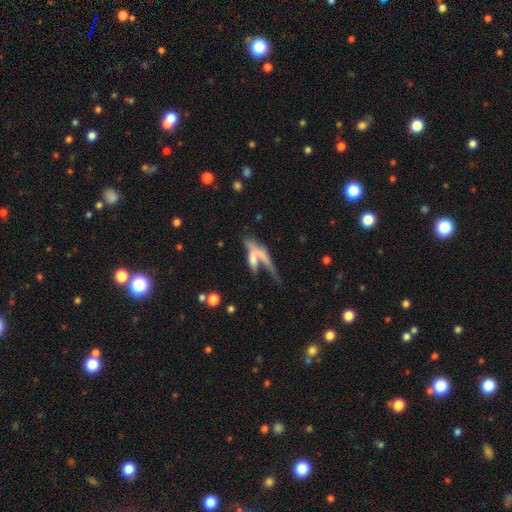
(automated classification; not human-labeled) Smooth or featured? smooth (51%)
How rounded? cigar-shaped (65%)
Merging? merger (53%)